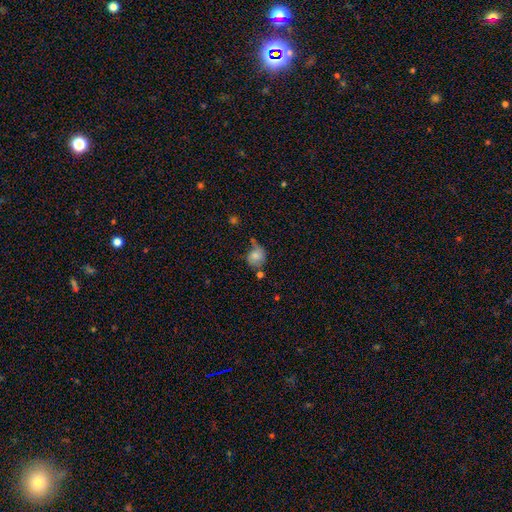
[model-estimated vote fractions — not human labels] This is likely a smooth galaxy (74%). How rounded: likely round (72%). Merging: possibly none (45%).